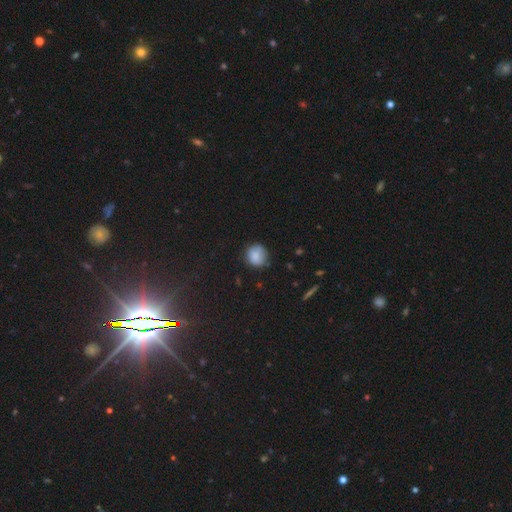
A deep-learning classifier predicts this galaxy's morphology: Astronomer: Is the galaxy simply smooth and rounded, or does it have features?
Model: smooth — 82%.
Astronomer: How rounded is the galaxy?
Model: round — 89%.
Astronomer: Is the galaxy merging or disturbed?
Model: none — 77%.